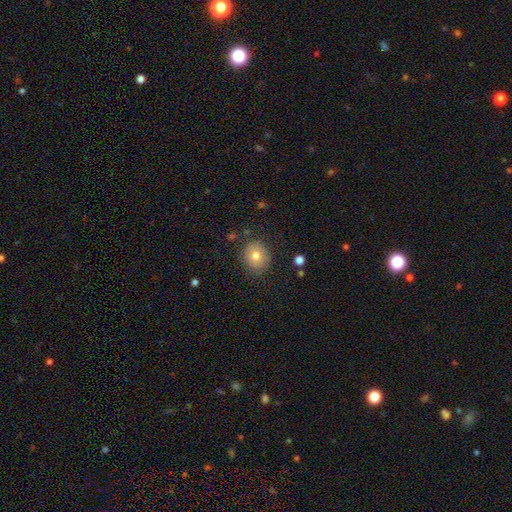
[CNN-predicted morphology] Smooth or featured: smooth — 75% (featured or disk — 16%)
How rounded: round — 84% (in between — 15%)
Merging: none — 85% (minor disturbance — 11%)